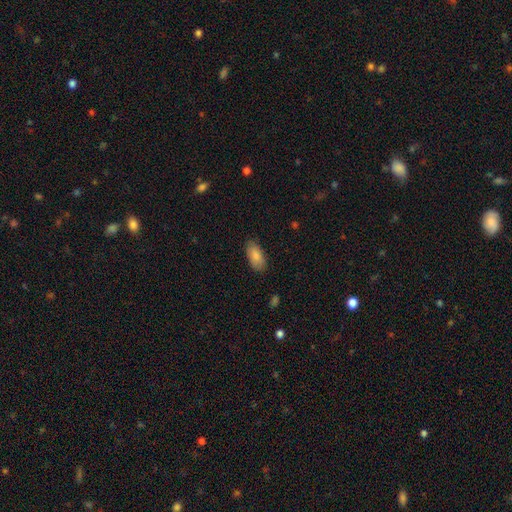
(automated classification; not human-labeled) The model was most divided on "merging": none: 85%, minor disturbance: 11%, major disturbance: 2%, merger: 1%. More confident: how rounded — in between (91%); smooth or featured — smooth (86%).